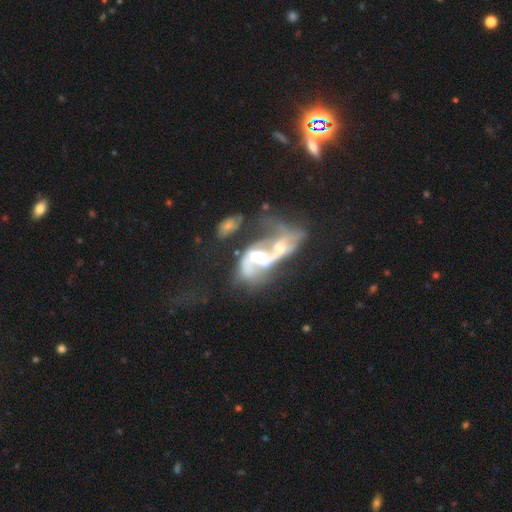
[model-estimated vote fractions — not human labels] smooth_or_featured: featured or disk (p=0.77) [alt: smooth p=0.14]
disk_edge_on: no (p=0.96) [alt: yes p=0.04]
bar: no (p=0.50) [alt: weak p=0.33]
has_spiral_arms: yes (p=0.70) [alt: no p=0.30]
spiral_winding: loose (p=0.66) [alt: medium p=0.26]
spiral_arm_count: 2 (p=0.66) [alt: can't tell p=0.17]
bulge_size: moderate (p=0.49) [alt: small p=0.17]
merging: merger (p=0.70) [alt: major disturbance p=0.17]